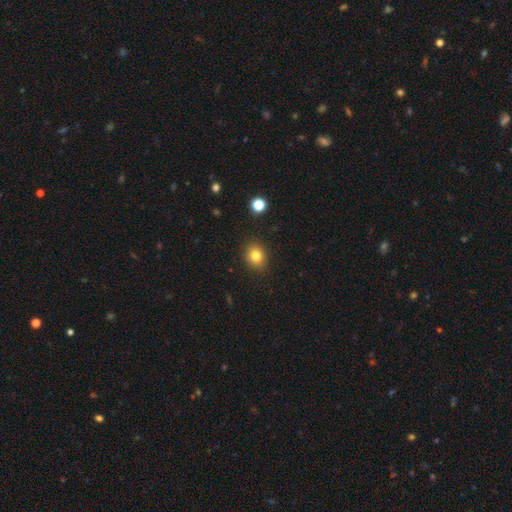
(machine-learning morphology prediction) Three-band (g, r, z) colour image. It shows a smooth galaxy with no disk features (82%) that is round (66%). Merging: none (88%).